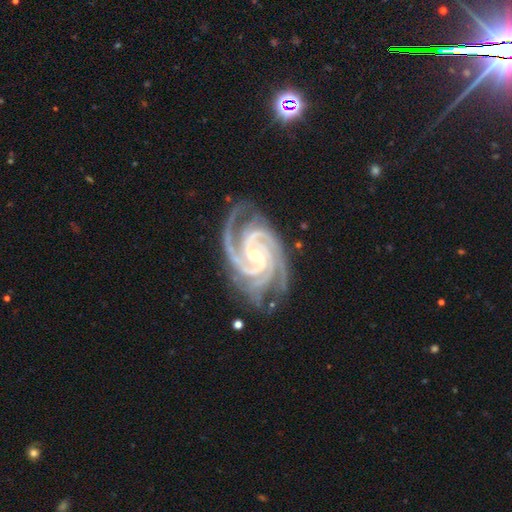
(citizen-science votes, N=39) Smooth or featured? 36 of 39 (92%) said featured or disk. Edge-on disk? 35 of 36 (97%) said no. Bar? 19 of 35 (54%) said no. Spiral arms? 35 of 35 (100%) said yes. Spiral winding? 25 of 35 (71%) said tight. Spiral arm count? 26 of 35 (74%) said 3. Bulge size? 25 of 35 (71%) said small. Merging? 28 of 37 (76%) said none.